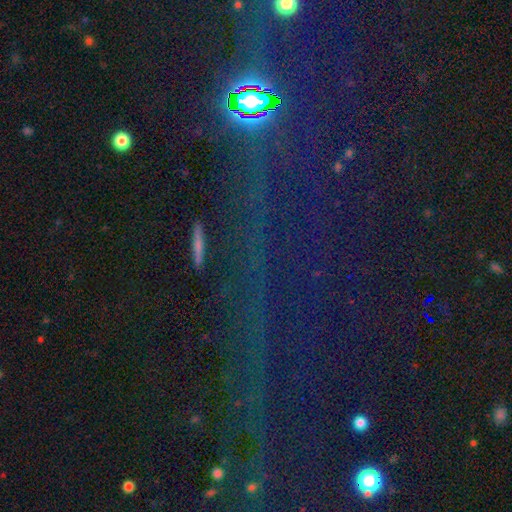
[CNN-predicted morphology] Smooth or featured?
  - star or artifact: 80% *
  - smooth: 11%
  - featured or disk: 9%